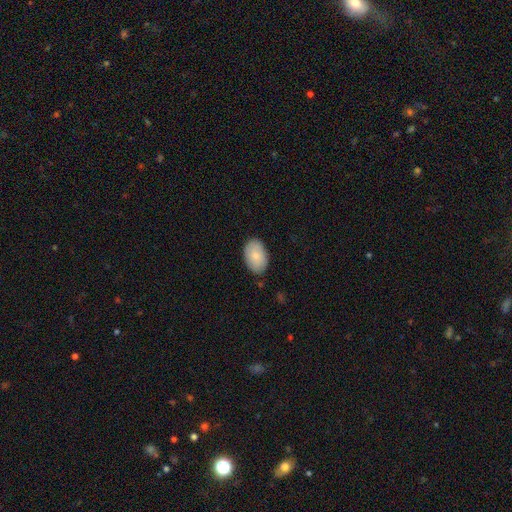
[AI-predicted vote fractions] A smooth galaxy with no disk features (82%) that is in between round and cigar-shaped (90%).

Vote fractions:
- Smooth or featured? smooth: 82% / featured or disk: 12% / star or artifact: 6%
- How rounded? in between: 90% / round: 8% / cigar-shaped: 1%
- Merging? none: 83% / minor disturbance: 13% / major disturbance: 2% / merger: 1%